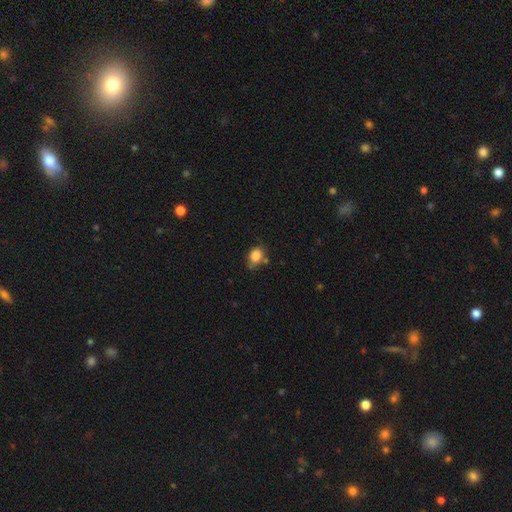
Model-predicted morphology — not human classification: Smooth or featured?
  - smooth: 85% *
  - star or artifact: 9%
  - featured or disk: 6%
How rounded?
  - in between: 57% *
  - round: 42%
  - cigar-shaped: 1%
Merging?
  - none: 60% *
  - minor disturbance: 27%
  - merger: 8%
  - major disturbance: 6%